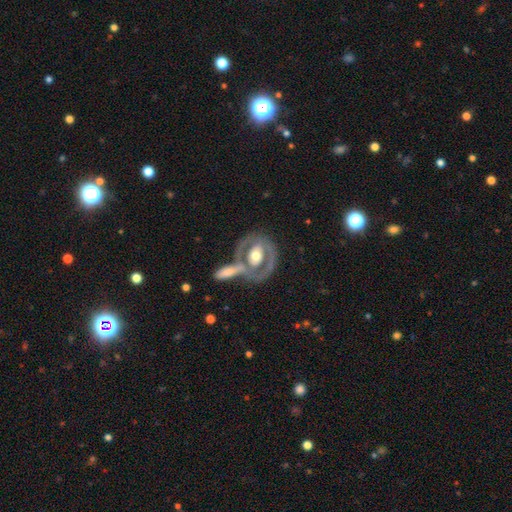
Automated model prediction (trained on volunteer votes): featured or disk 68%, smooth 26%, star or artifact 5%. Down the decision tree: edge-on disk — no (92%); bar — no (54%); spiral arms — no (56%); bulge size — moderate (65%); merging — none (47%).